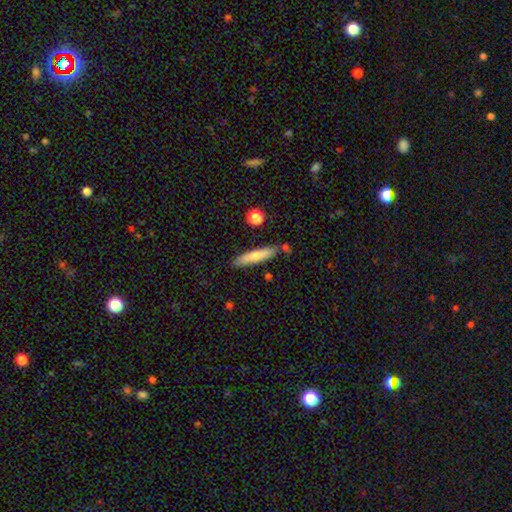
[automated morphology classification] The model was most divided on "smooth or featured": smooth: 69%, featured or disk: 24%, star or artifact: 6%. More confident: how rounded — cigar-shaped (87%); merging — none (81%).